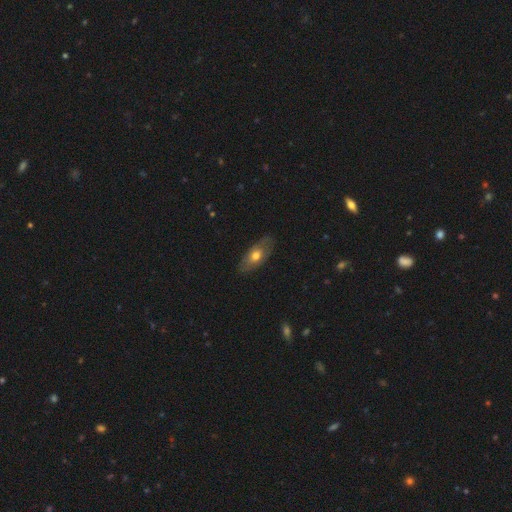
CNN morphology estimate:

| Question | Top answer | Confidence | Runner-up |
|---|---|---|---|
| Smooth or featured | smooth | 60% | featured or disk (34%) |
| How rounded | in between | 83% | cigar-shaped (13%) |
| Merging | none | 81% | minor disturbance (15%) |